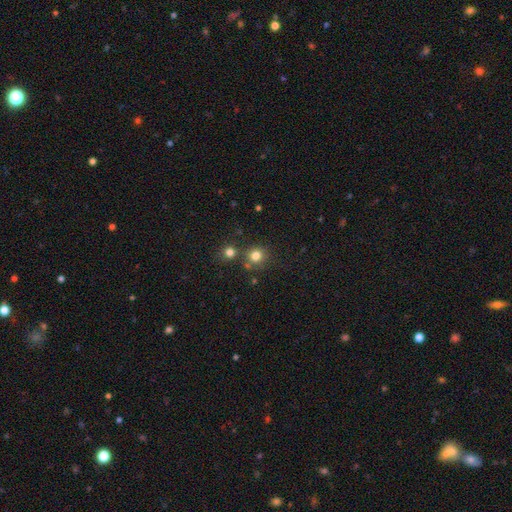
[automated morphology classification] A smooth galaxy with no disk features (78%) that is round (90%).

Vote fractions:
- Smooth or featured? smooth: 78% / star or artifact: 15% / featured or disk: 6%
- How rounded? round: 90% / in between: 9% / cigar-shaped: 1%
- Merging? none: 72% / merger: 16% / minor disturbance: 8% / major disturbance: 3%